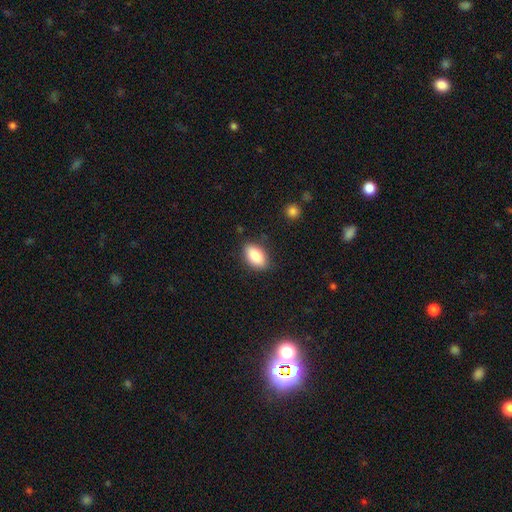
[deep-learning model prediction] smooth-or-featured: smooth: 85% | featured or disk: 8% | star or artifact: 7%
  how-rounded: in between: 91% | round: 6% | cigar-shaped: 3%
  merging: none: 84% | minor disturbance: 12% | major disturbance: 3% | merger: 1%